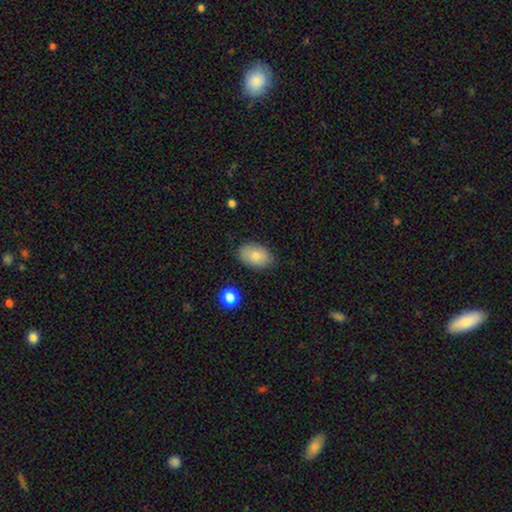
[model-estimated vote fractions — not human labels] Morphology: type=smooth (81%); roundness=in between (88%); merging=none (82%).